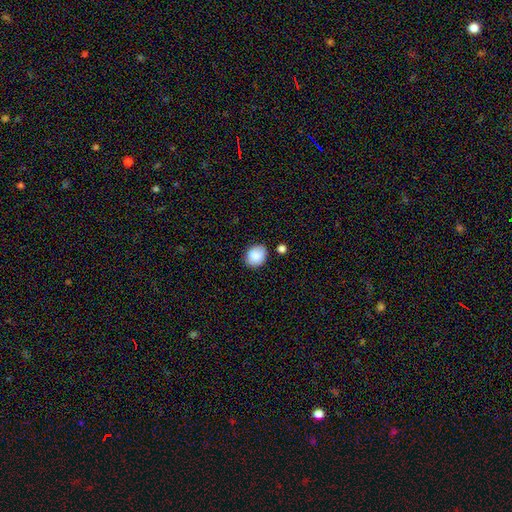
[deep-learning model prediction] smooth_or_featured: smooth (p=0.88) [alt: star or artifact p=0.08]
how_rounded: round (p=0.58) [alt: in between p=0.41]
merging: none (p=0.81) [alt: minor disturbance p=0.12]